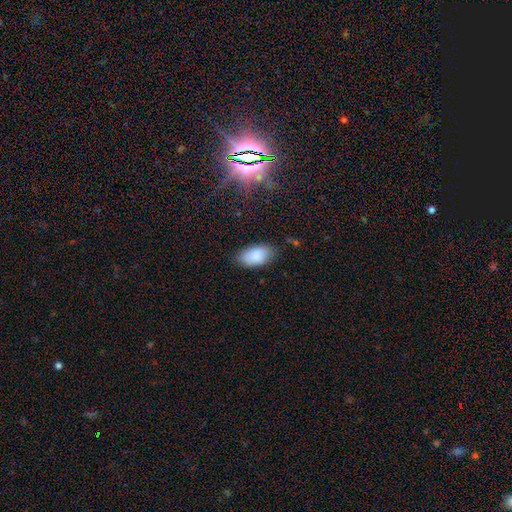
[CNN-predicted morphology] The model was most divided on "merging": none: 78%, minor disturbance: 17%, major disturbance: 3%, merger: 1%. More confident: how rounded — in between (95%); smooth or featured — smooth (87%).